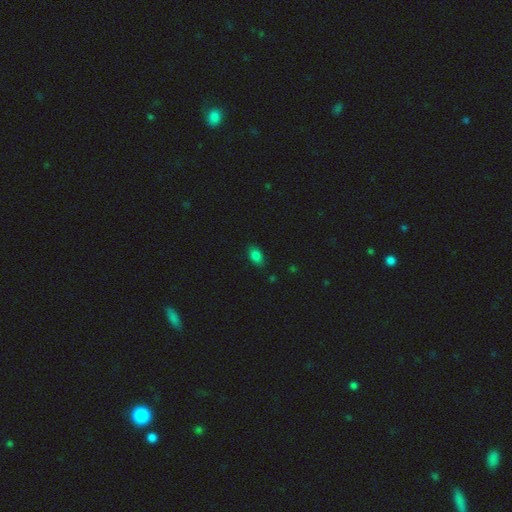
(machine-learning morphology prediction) A smooth galaxy with no disk features (82%) that is in between round and cigar-shaped (88%). Merging: none (84%).